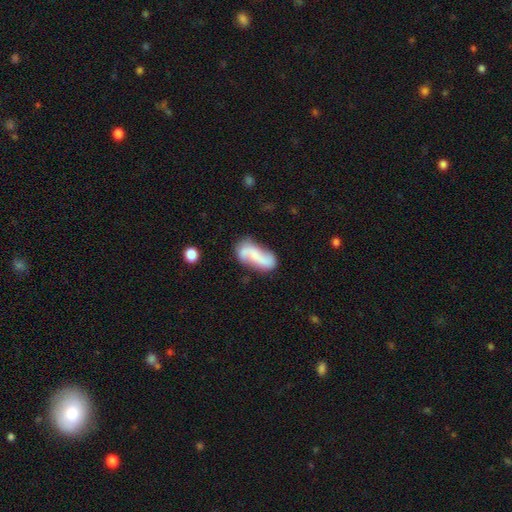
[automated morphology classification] Overall: featured or disk (60%; smooth 33%). Edge-on disk: no (94%). Bar: no (47%; weak 32%). Spiral arms: yes (86%). Bulge size: none (42%; small 32%). Merging: none (59%; minor disturbance 22%).